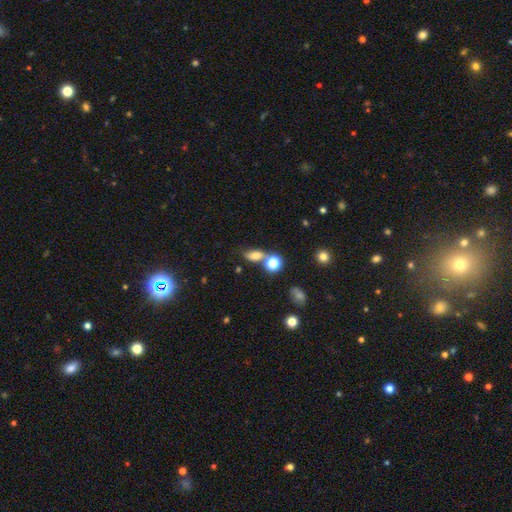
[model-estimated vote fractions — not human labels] Smooth or featured?
  - smooth: 70% *
  - star or artifact: 16%
  - featured or disk: 14%
How rounded?
  - in between: 70% *
  - round: 23%
  - cigar-shaped: 7%
Merging?
  - none: 49% *
  - merger: 28%
  - minor disturbance: 15%
  - major disturbance: 7%